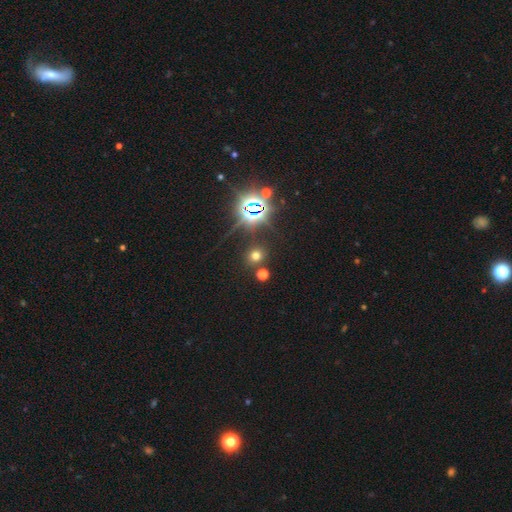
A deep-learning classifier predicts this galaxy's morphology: Smooth or featured? smooth (57%)
How rounded? round (85%)
Merging? none (83%)